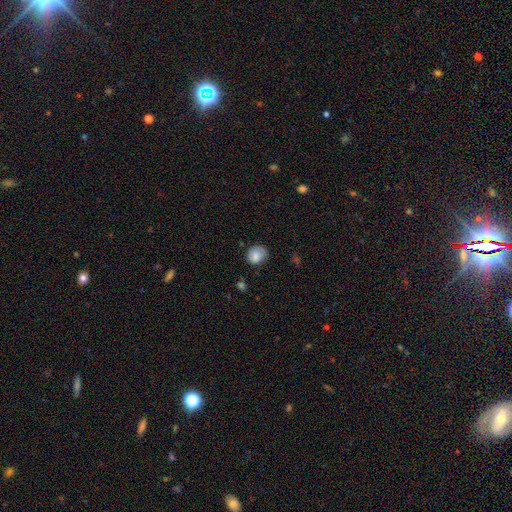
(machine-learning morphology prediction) Smooth or featured: smooth — 81% (featured or disk — 10%)
How rounded: round — 65% (in between — 34%)
Merging: none — 64% (minor disturbance — 27%)